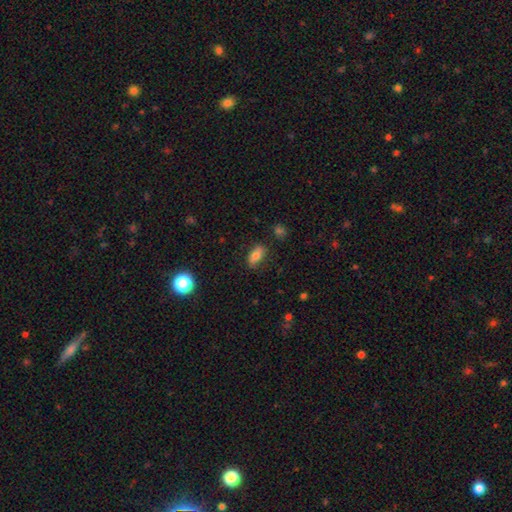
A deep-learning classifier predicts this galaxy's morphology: smooth_or_featured: smooth (p=0.75) [alt: featured or disk p=0.15]
how_rounded: in between (p=0.88) [alt: cigar-shaped p=0.07]
merging: none (p=0.80) [alt: minor disturbance p=0.14]